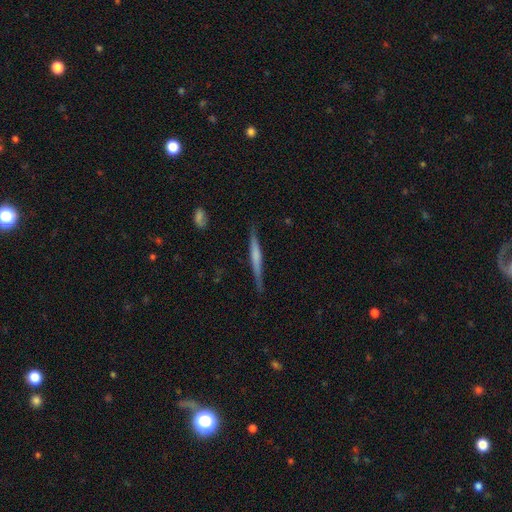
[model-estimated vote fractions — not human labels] smooth_or_featured: featured or disk (p=0.52) [alt: smooth p=0.43]
disk_edge_on: yes (p=0.97) [alt: no p=0.03]
merging: none (p=0.84) [alt: minor disturbance p=0.12]